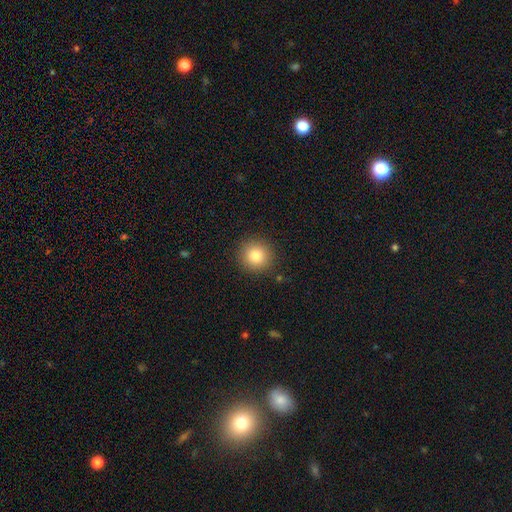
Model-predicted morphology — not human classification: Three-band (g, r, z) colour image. It shows a smooth galaxy with no disk features (83%) that is round (93%). Merging: none (90%).